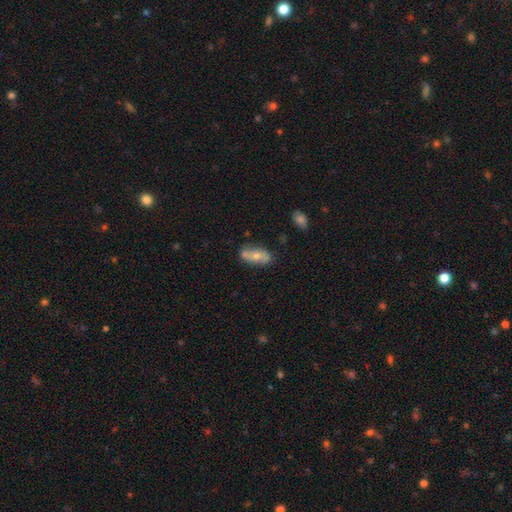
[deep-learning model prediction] This is possibly a smooth galaxy (59%). How rounded: clearly in between (83%). Merging: likely none (61%).